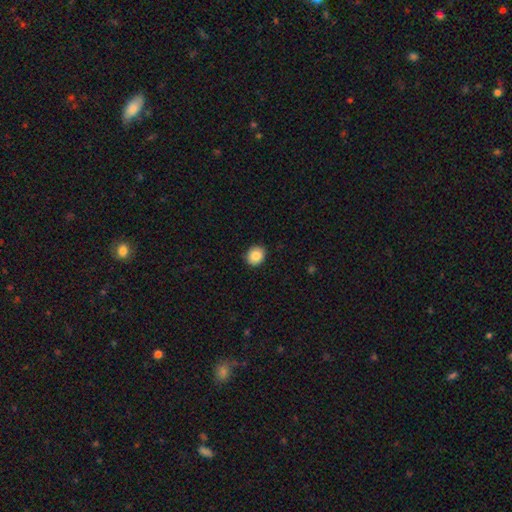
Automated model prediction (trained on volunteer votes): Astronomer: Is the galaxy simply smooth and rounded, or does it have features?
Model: smooth — 87%.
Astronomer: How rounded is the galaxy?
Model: round — 71%.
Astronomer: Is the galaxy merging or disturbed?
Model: none — 90%.